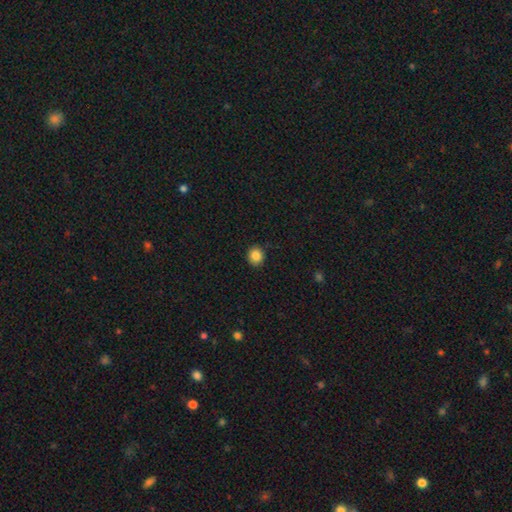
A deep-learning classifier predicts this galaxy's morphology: A smooth galaxy with no disk features (85%) that is round (80%).

Vote fractions:
- Smooth or featured? smooth: 85% / star or artifact: 10% / featured or disk: 5%
- How rounded? round: 80% / in between: 19% / cigar-shaped: 1%
- Merging? none: 90% / minor disturbance: 7% / major disturbance: 2% / merger: 1%